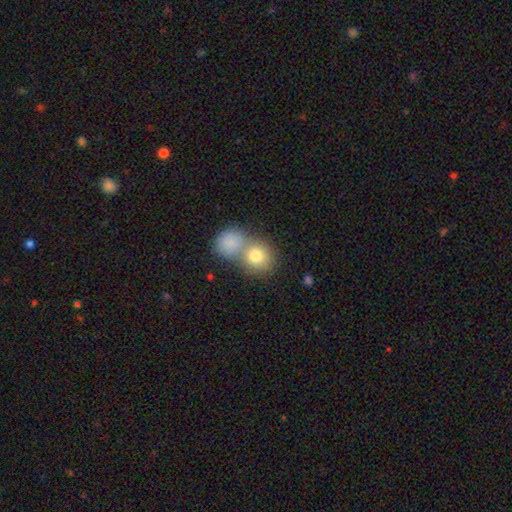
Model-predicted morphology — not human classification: Smooth or featured? Predicted: smooth (p=0.80). How rounded? Predicted: round (p=0.77). Merging? Predicted: merger (p=0.53).